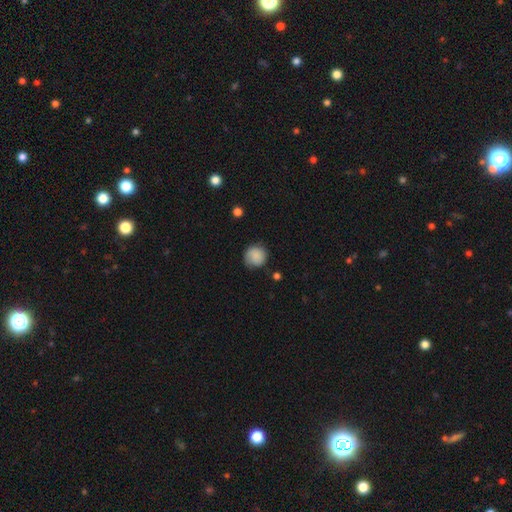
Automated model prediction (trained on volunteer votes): Morphology: type=smooth (84%); roundness=round (91%); merging=none (73%).